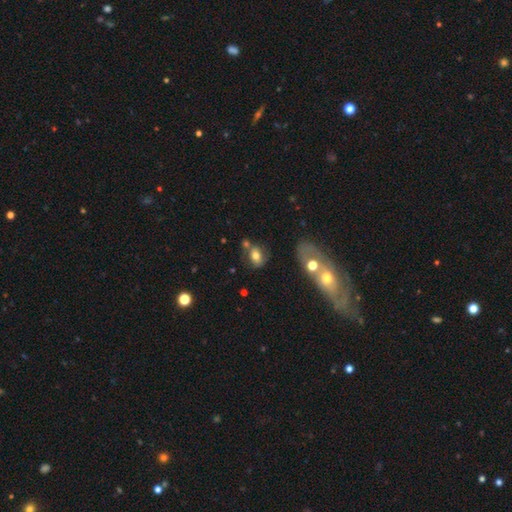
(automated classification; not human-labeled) Q: Smooth or featured?
A: smooth (69%); runner-up: featured or disk (20%)
Q: How rounded?
A: in between (69%); runner-up: round (29%)
Q: Merging?
A: none (53%); runner-up: merger (22%)